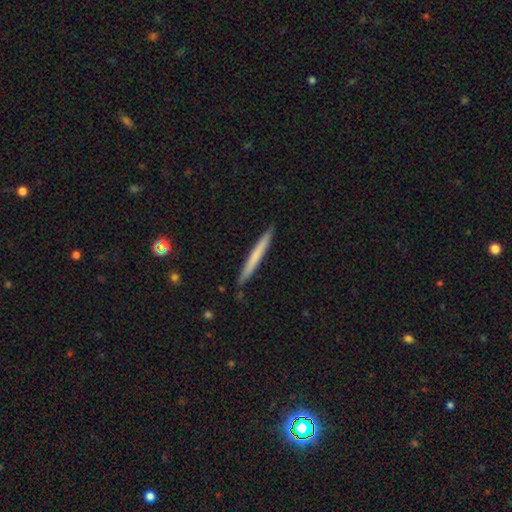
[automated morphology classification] Smooth or featured? Predicted: smooth (p=0.64). How rounded? Predicted: cigar-shaped (p=0.97). Merging? Predicted: none (p=0.89).